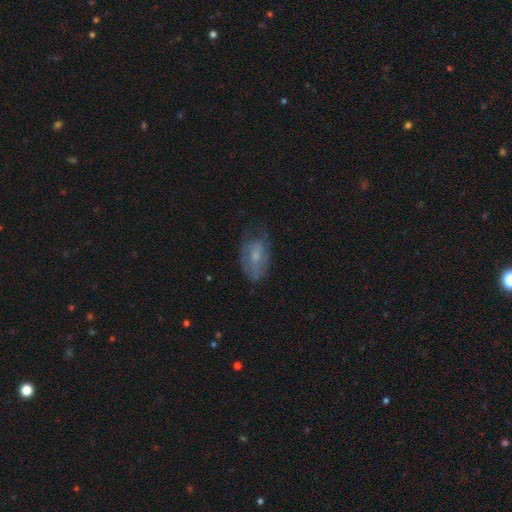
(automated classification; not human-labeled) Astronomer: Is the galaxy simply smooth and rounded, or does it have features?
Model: smooth — 52% (runner-up: featured or disk, 40%).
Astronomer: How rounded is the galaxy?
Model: in between — 89%.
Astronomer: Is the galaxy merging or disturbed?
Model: none — 50% (runner-up: minor disturbance, 31%).